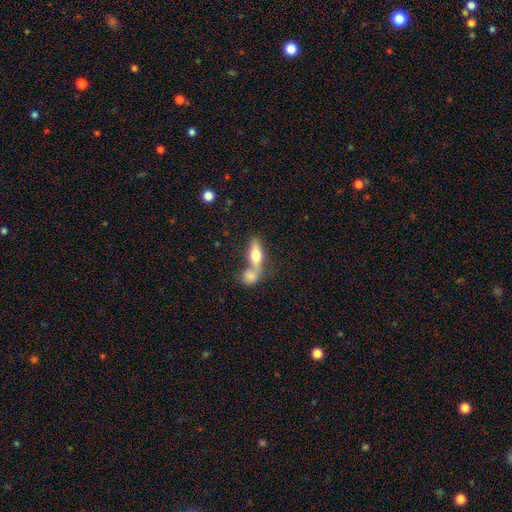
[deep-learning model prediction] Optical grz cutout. It shows a smooth galaxy with no disk features (63%) that is in between round and cigar-shaped (65%). Merging: merger (59%).